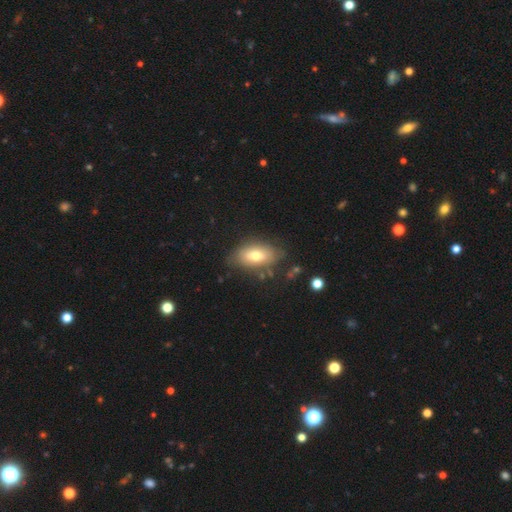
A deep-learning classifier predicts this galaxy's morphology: A smooth galaxy with no disk features (72%) that is in between round and cigar-shaped (89%). Merging: none (74%).